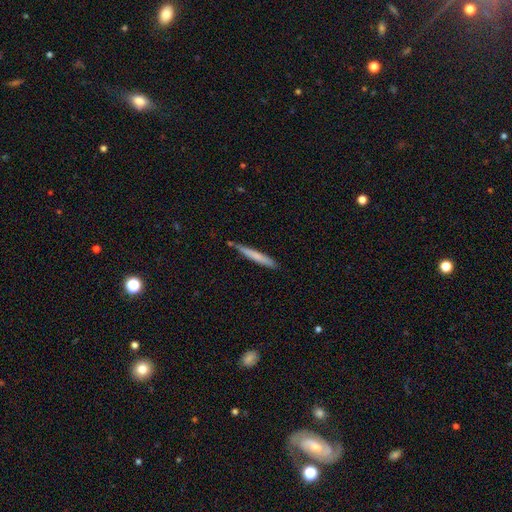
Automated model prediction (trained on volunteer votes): Smooth or featured: smooth — 68% (featured or disk — 26%)
How rounded: cigar-shaped — 96% (in between — 3%)
Merging: none — 83% (minor disturbance — 13%)